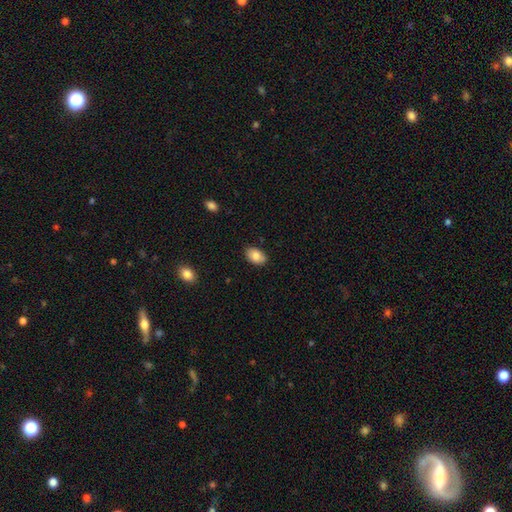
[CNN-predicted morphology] Smooth or featured: smooth — 85% (featured or disk — 8%)
How rounded: in between — 89% (round — 10%)
Merging: none — 86% (minor disturbance — 11%)